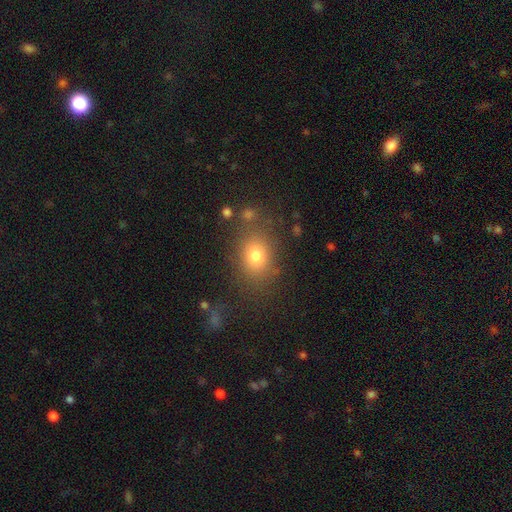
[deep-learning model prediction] Morphology: type=smooth (76%); roundness=in between (55%); merging=none (79%).